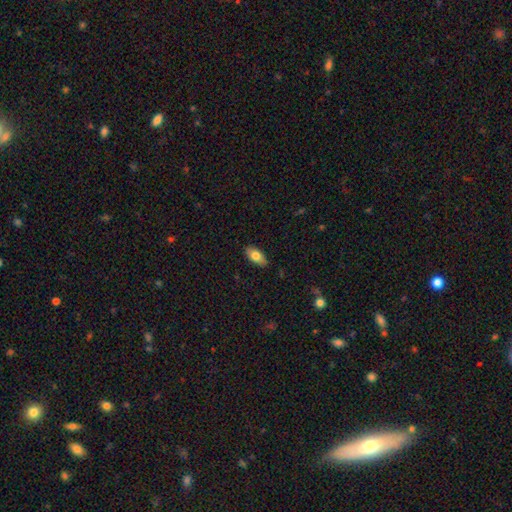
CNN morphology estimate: Smooth or featured?
  - smooth: 76% *
  - featured or disk: 17%
  - star or artifact: 7%
How rounded?
  - in between: 90% *
  - cigar-shaped: 6%
  - round: 3%
Merging?
  - none: 86% *
  - minor disturbance: 11%
  - major disturbance: 2%
  - merger: 1%